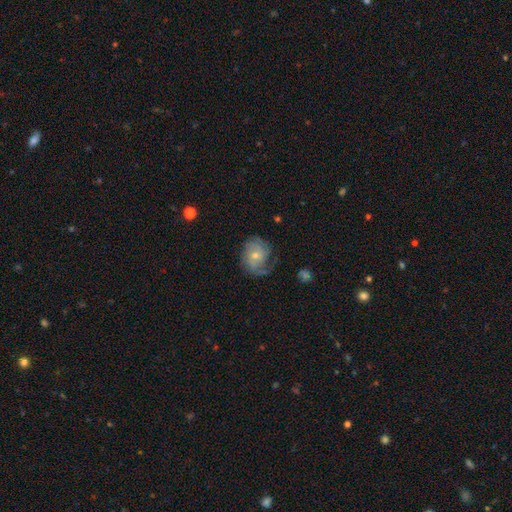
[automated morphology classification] smooth_or_featured: featured or disk (p=0.71) [alt: smooth p=0.22]
disk_edge_on: no (p=0.97) [alt: yes p=0.03]
bar: no (p=0.70) [alt: weak p=0.26]
has_spiral_arms: yes (p=0.91) [alt: no p=0.09]
spiral_winding: tight (p=0.44) [alt: medium p=0.37]
spiral_arm_count: 2 (p=0.33) [alt: can't tell p=0.27]
bulge_size: small (p=0.52) [alt: moderate p=0.43]
merging: none (p=0.56) [alt: minor disturbance p=0.23]